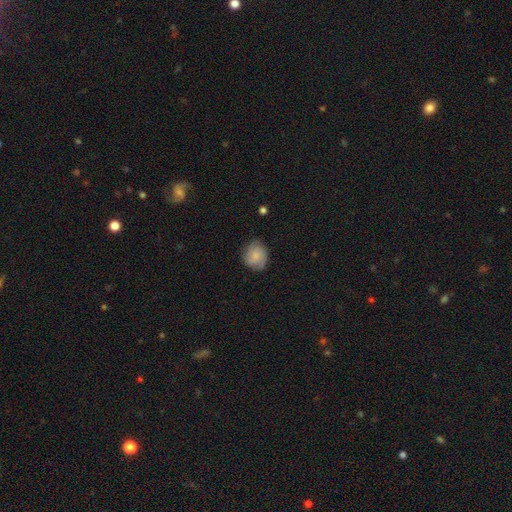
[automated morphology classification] This appears to be a smooth galaxy with no disk features (68%) that is round (71%). Merging: none (74%).